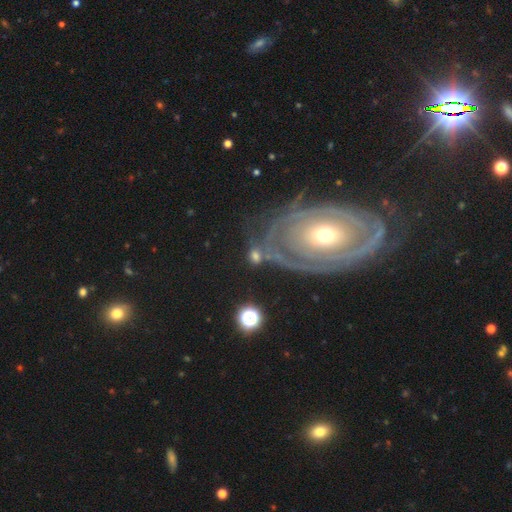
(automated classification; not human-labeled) Q: Smooth or featured?
A: smooth (49%); runner-up: featured or disk (35%)
Q: Merging?
A: none (59%); runner-up: minor disturbance (16%)